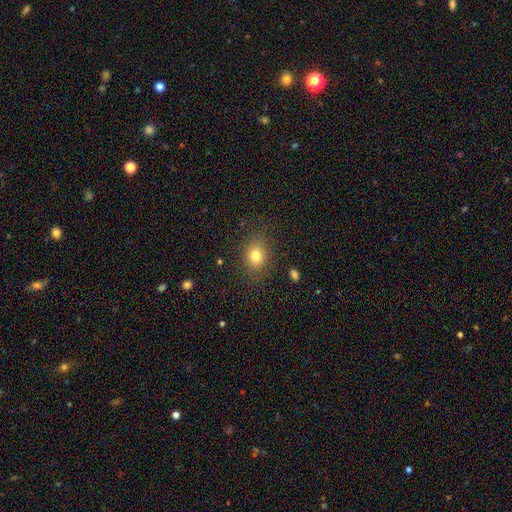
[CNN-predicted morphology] Smooth or featured?
  - smooth: 80% *
  - star or artifact: 12%
  - featured or disk: 8%
How rounded?
  - in between: 51% *
  - round: 48%
  - cigar-shaped: 1%
Merging?
  - none: 83% *
  - minor disturbance: 11%
  - major disturbance: 4%
  - merger: 1%